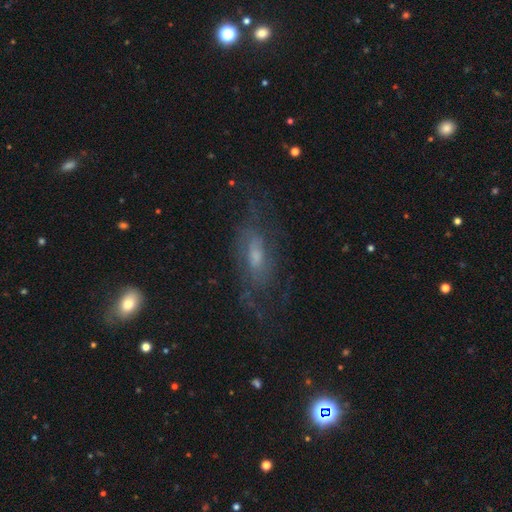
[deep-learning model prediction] A featured or disk galaxy (69%) with no bar (52%), spiral arms (82%) and a moderate central bulge (45%). Merging: none (65%).